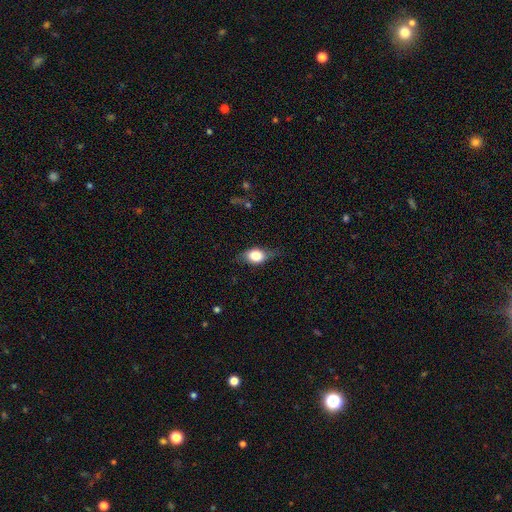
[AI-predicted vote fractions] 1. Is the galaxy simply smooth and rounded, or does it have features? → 69% smooth, 23% featured or disk, 8% star or artifact.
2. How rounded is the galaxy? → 71% in between, 25% round, 4% cigar-shaped.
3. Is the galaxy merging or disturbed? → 68% none, 23% minor disturbance, 8% major disturbance, 1% merger.